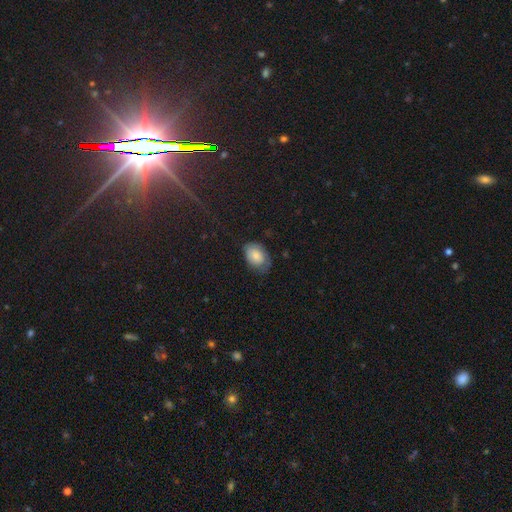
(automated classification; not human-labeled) This is likely a smooth galaxy (75%). How rounded: clearly in between (84%). Merging: possibly none (58%).